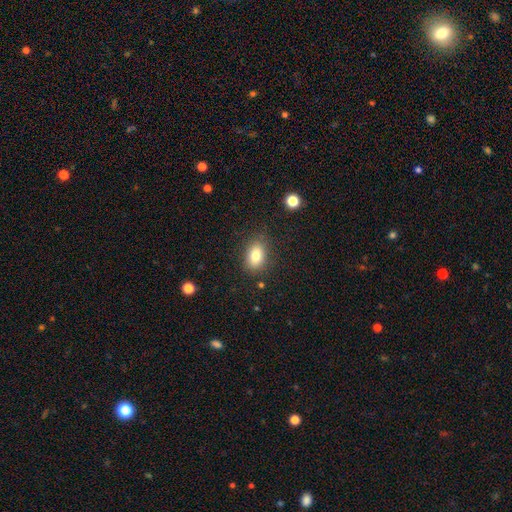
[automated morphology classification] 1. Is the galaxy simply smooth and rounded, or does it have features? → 81% smooth, 10% featured or disk, 9% star or artifact.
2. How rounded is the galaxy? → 85% in between, 13% round, 2% cigar-shaped.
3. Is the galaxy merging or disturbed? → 82% none, 13% minor disturbance, 4% major disturbance, 2% merger.